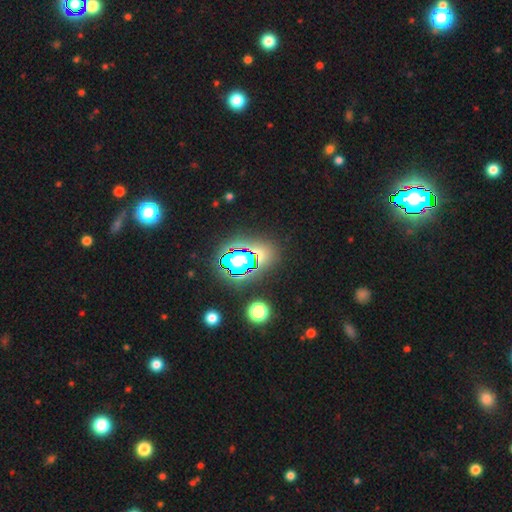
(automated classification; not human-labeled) Smooth or featured: star or artifact — 54% (smooth — 34%)